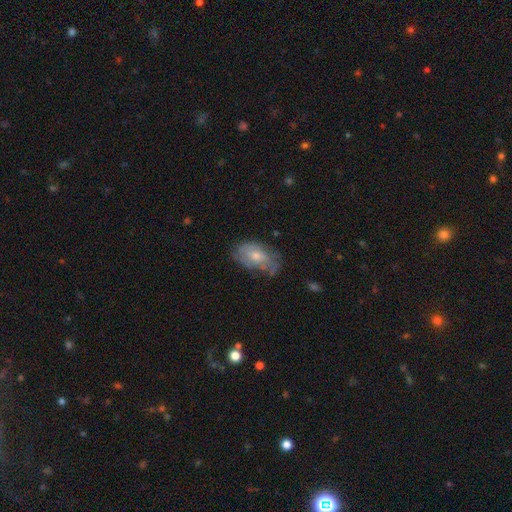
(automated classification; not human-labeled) Overall: featured or disk (47%; smooth 44%). Merging: none (60%; minor disturbance 29%).